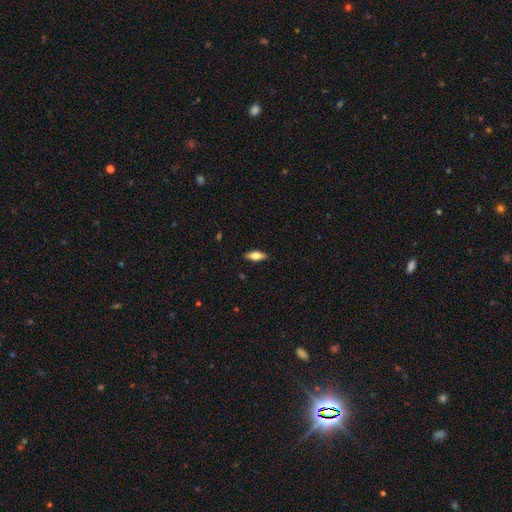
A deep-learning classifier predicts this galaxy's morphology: Smooth or featured?
  - smooth: 68% *
  - featured or disk: 26%
  - star or artifact: 7%
How rounded?
  - in between: 71% *
  - cigar-shaped: 26%
  - round: 3%
Merging?
  - none: 89% *
  - minor disturbance: 9%
  - major disturbance: 2%
  - merger: 1%